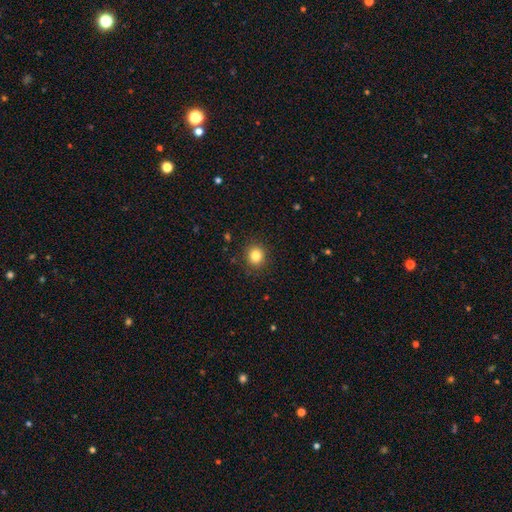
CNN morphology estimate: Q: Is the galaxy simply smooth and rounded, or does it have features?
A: smooth — 83%.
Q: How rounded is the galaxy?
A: round — 85%.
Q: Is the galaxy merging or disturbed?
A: none — 89%.